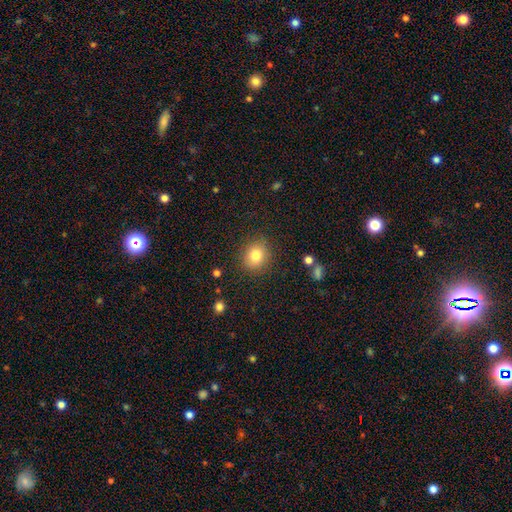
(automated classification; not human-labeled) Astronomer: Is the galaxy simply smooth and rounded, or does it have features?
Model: smooth — 81%.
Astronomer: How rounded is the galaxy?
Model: round — 72%.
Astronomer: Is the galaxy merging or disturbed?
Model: none — 86%.